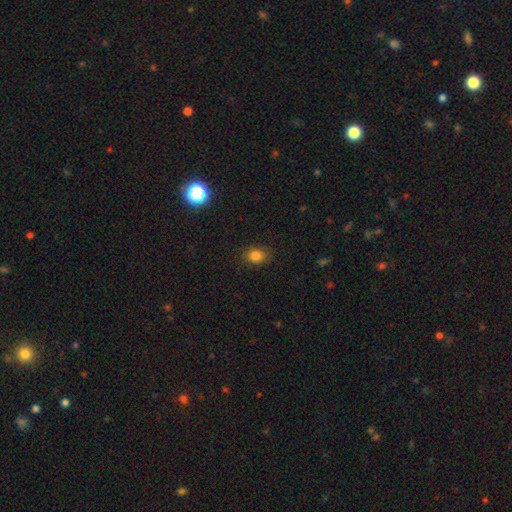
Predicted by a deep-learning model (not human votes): smooth-or-featured: smooth: 82% | star or artifact: 13% | featured or disk: 5%
  how-rounded: in between: 52% | round: 47% | cigar-shaped: 1%
  merging: none: 84% | minor disturbance: 12% | major disturbance: 3% | merger: 1%